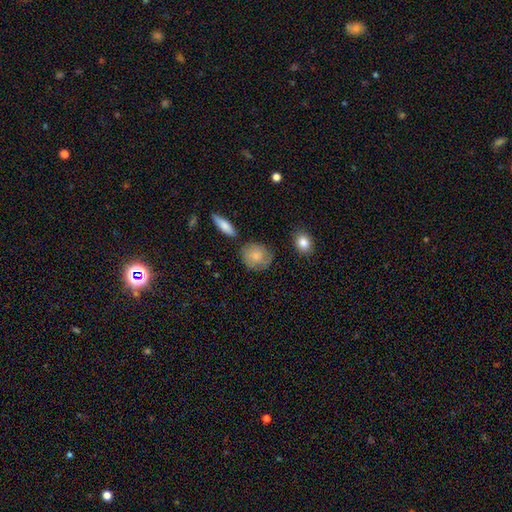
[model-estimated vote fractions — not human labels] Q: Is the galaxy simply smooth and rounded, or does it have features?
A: smooth — 66%.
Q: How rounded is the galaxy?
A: round — 76%.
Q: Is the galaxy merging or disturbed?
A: none — 70%.